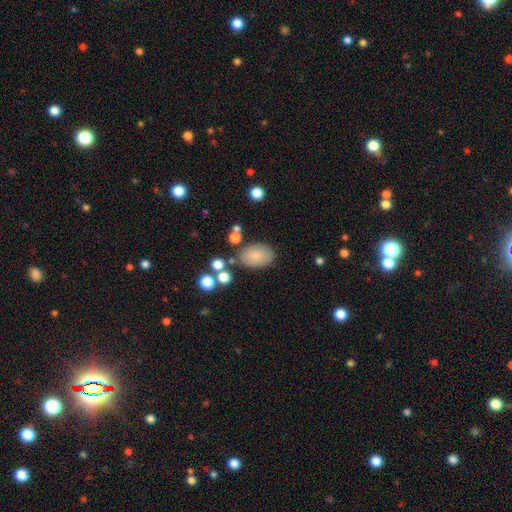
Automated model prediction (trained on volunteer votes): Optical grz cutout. It shows a smooth galaxy with no disk features (82%) that is in between round and cigar-shaped (88%). Merging: none (79%).